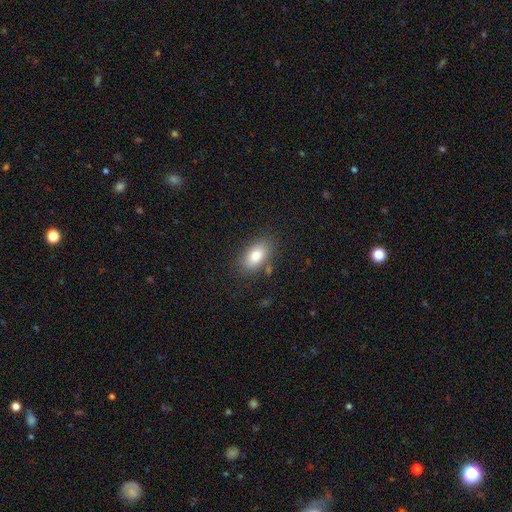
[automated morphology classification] This appears to be a smooth galaxy with no disk features (83%) that is in between round and cigar-shaped (91%). Merging: none (79%).